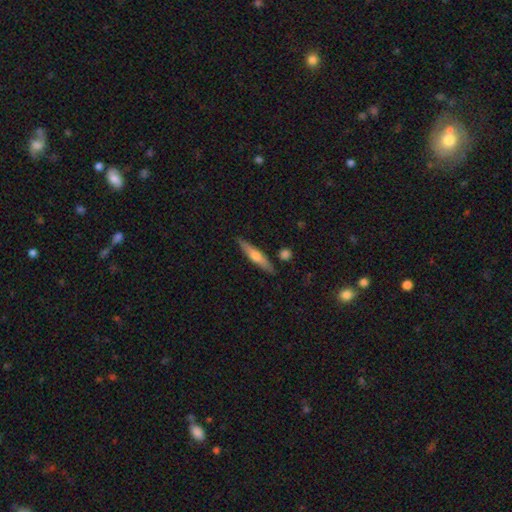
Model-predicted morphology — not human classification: This appears to be a smooth galaxy with no disk features (47%, tied with featured or disk). Merging: none (86%).